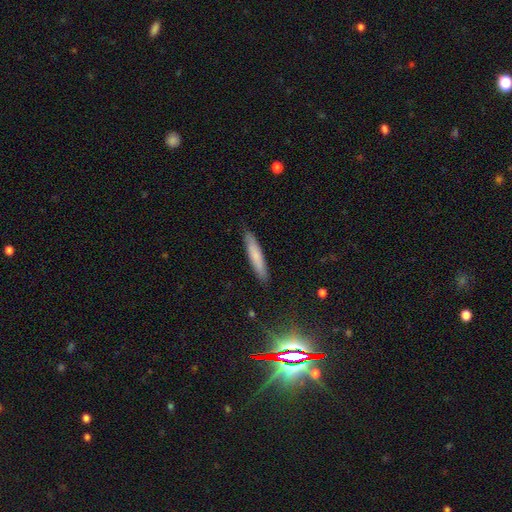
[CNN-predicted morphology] type=smooth (74%); roundness=cigar-shaped (91%); merging=none (88%).